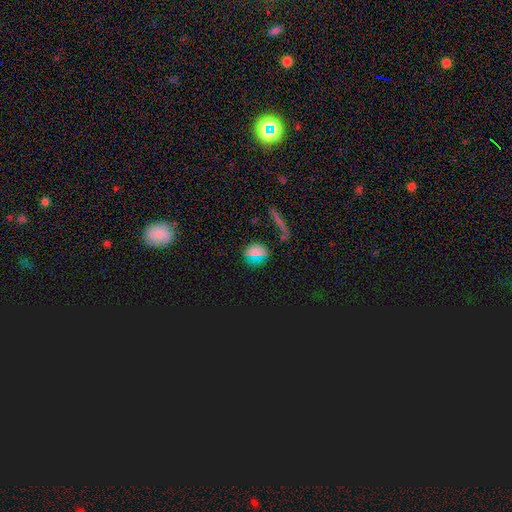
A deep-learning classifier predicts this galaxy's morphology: A smooth galaxy with no disk features (55%) that is round (62%). Merging: none (80%).